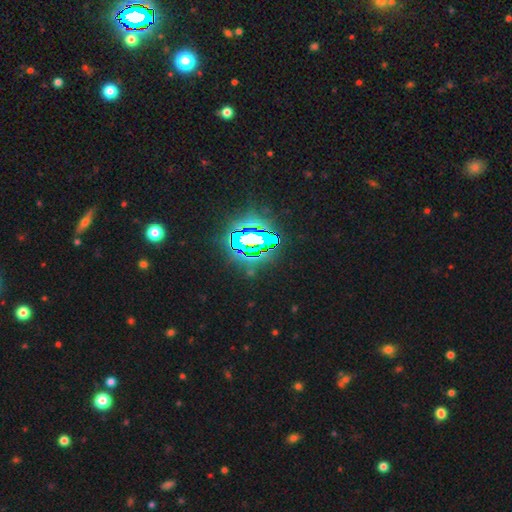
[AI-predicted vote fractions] Smooth or featured?
  - star or artifact: 80% *
  - smooth: 11%
  - featured or disk: 9%